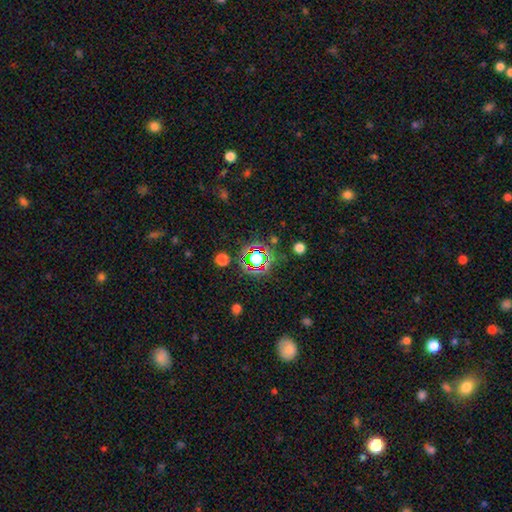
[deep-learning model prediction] The model was most divided on "smooth or featured": star or artifact: 64%, smooth: 25%, featured or disk: 12%.